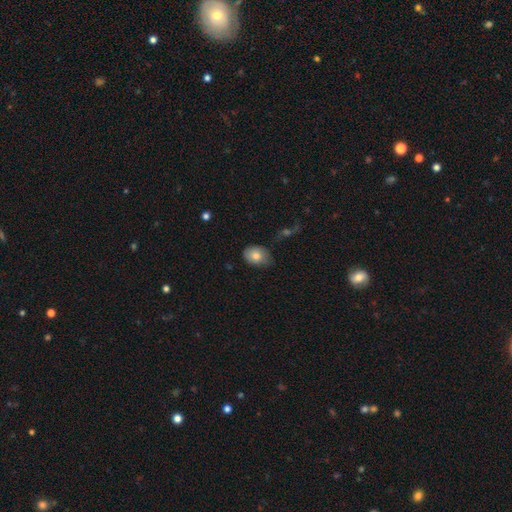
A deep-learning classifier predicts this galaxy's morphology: smooth_or_featured: smooth (p=0.78) [alt: featured or disk p=0.14]
how_rounded: in between (p=0.66) [alt: round p=0.33]
merging: none (p=0.63) [alt: minor disturbance p=0.29]